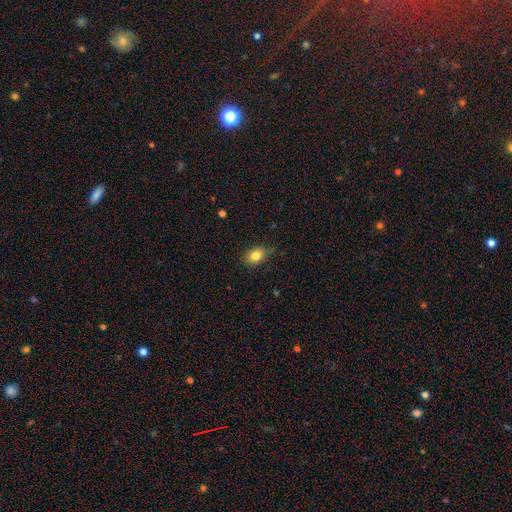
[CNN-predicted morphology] A smooth galaxy with no disk features (82%) that is in between round and cigar-shaped (72%).

Vote fractions:
- Smooth or featured? smooth: 82% / star or artifact: 10% / featured or disk: 8%
- How rounded? in between: 72% / round: 26% / cigar-shaped: 2%
- Merging? none: 70% / minor disturbance: 24% / major disturbance: 4% / merger: 1%